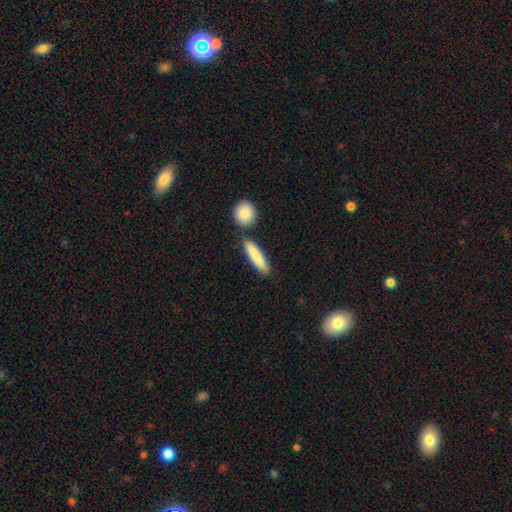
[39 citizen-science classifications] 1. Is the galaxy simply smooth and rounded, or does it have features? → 92% smooth, 5% featured or disk, 3% star or artifact.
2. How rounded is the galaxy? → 78% cigar-shaped, 22% in between, 0% round.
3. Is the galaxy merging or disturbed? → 68% none, 16% minor disturbance, 8% major disturbance, 8% merger.